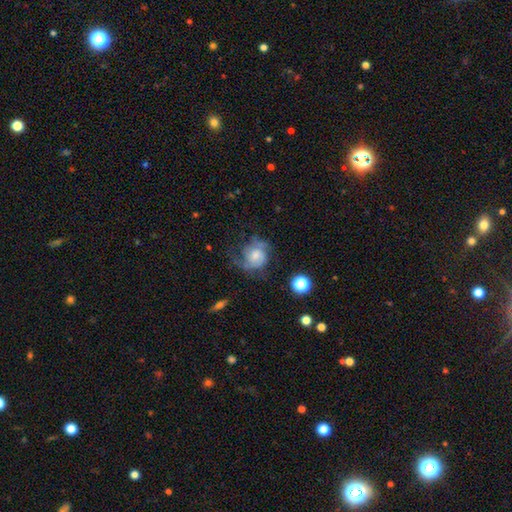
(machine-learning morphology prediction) Smooth or featured: featured or disk — 62% (smooth — 29%)
Edge-on disk: no — 98% (yes — 2%)
Bar: no — 71% (weak — 25%)
Spiral arms: yes — 86% (no — 14%)
Spiral winding: medium — 44% (tight — 31%)
Spiral arm count: 2 — 50% (can't tell — 22%)
Bulge size: moderate — 42% (small — 39%)
Merging: none — 44% (major disturbance — 29%)